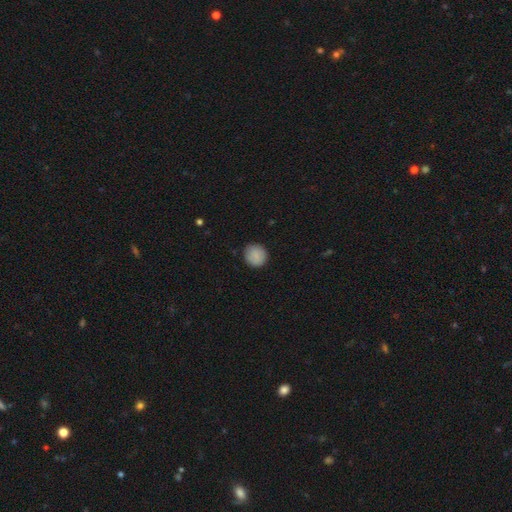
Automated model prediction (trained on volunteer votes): smooth-or-featured: smooth: 86% | star or artifact: 8% | featured or disk: 7%
  how-rounded: round: 91% | in between: 8% | cigar-shaped: 1%
  merging: none: 87% | minor disturbance: 9% | major disturbance: 2% | merger: 1%